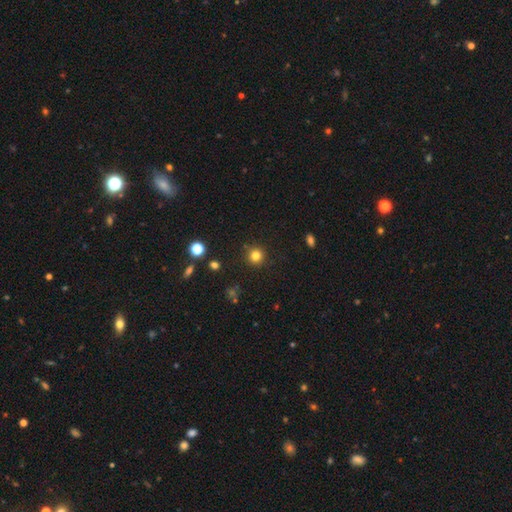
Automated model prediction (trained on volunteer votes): smooth_or_featured: smooth (p=0.81) [alt: star or artifact p=0.14]
how_rounded: round (p=0.94) [alt: in between p=0.05]
merging: none (p=0.91) [alt: minor disturbance p=0.06]